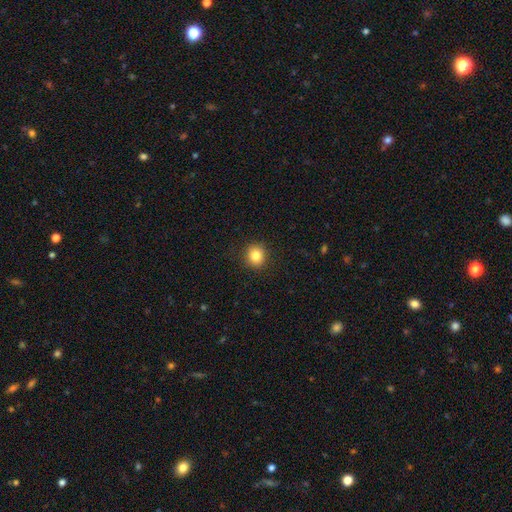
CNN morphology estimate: Q: Smooth or featured?
A: smooth (83%); runner-up: star or artifact (11%)
Q: How rounded?
A: round (83%); runner-up: in between (16%)
Q: Merging?
A: none (91%); runner-up: minor disturbance (6%)